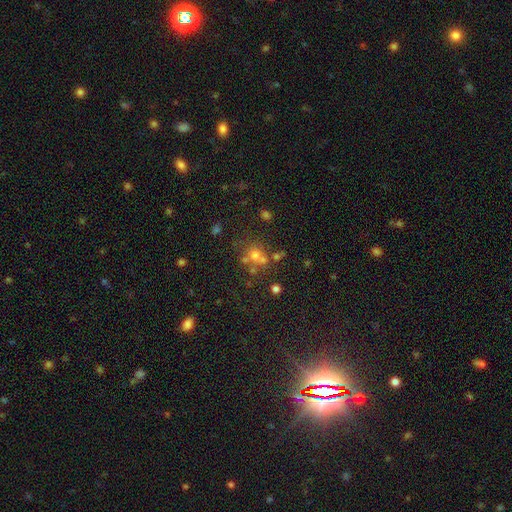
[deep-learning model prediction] smooth 54%, star or artifact 30%, featured or disk 16%. Down the decision tree: how rounded — round (81%); merging — none (54%).